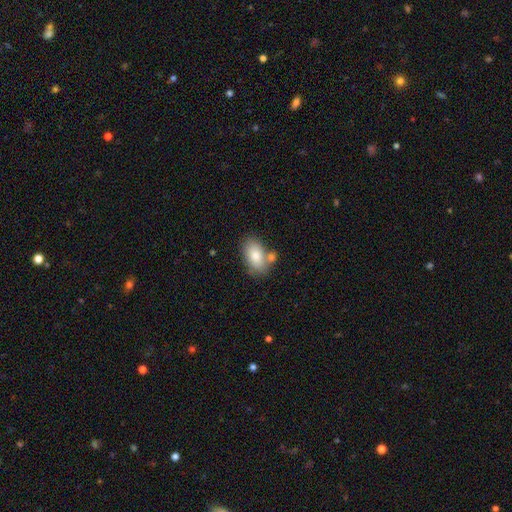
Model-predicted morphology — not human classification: The model was most divided on "merging": none: 64%, merger: 18%, minor disturbance: 15%, major disturbance: 4%. More confident: how rounded — in between (91%); smooth or featured — smooth (80%).